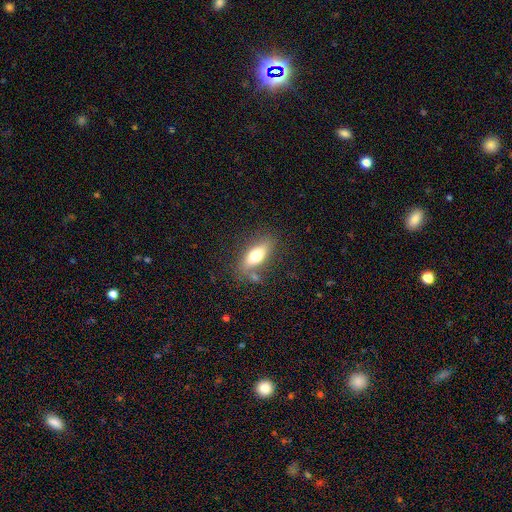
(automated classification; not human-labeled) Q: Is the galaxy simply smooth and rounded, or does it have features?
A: smooth — 67%.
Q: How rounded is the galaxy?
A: in between — 72%.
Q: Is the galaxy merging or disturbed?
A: none — 74%.